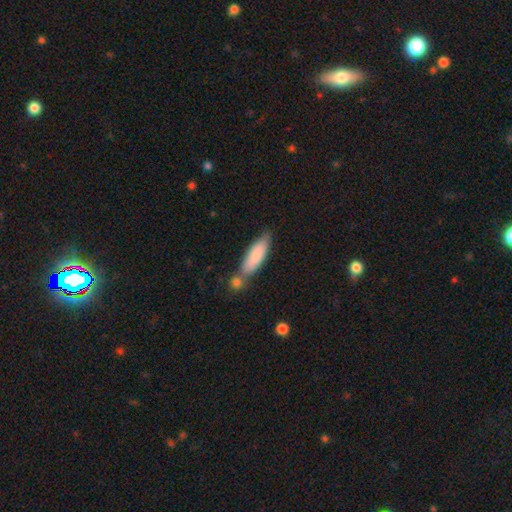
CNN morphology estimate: This is clearly a smooth galaxy (82%). How rounded: possibly cigar-shaped (55%). Merging: possibly none (55%).